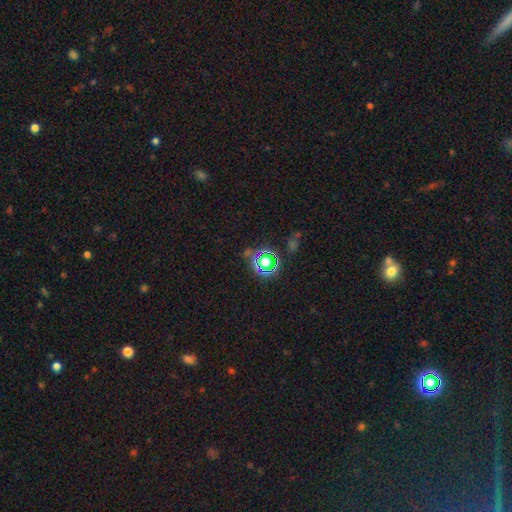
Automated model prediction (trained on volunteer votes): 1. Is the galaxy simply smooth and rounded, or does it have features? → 73% star or artifact, 18% smooth, 9% featured or disk.